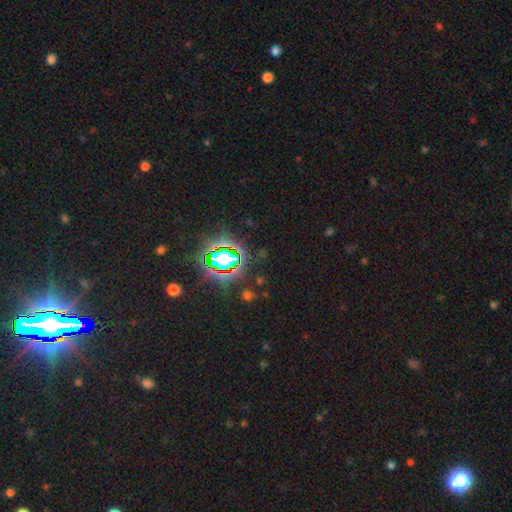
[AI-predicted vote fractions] smooth-or-featured: star or artifact: 79% | smooth: 13% | featured or disk: 8%